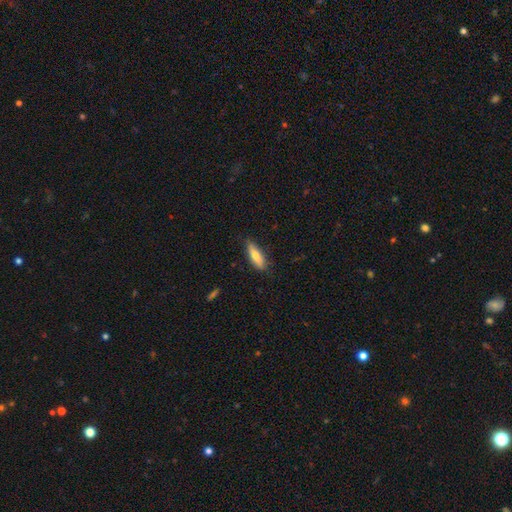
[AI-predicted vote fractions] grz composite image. It shows a smooth galaxy with no disk features (67%) that is cigar-shaped (56%). Merging: none (81%).